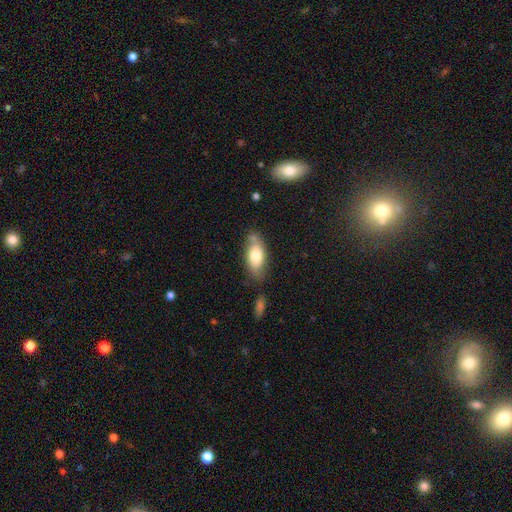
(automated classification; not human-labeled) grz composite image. It shows a smooth galaxy with no disk features (73%) that is in between round and cigar-shaped (87%). Merging: none (63%).